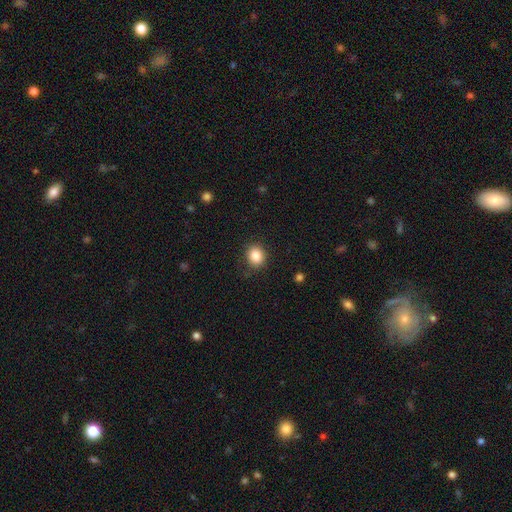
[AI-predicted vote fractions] The model was most divided on "how rounded": round: 71%, in between: 29%, cigar-shaped: 1%. More confident: merging — none (86%); smooth or featured — smooth (85%).